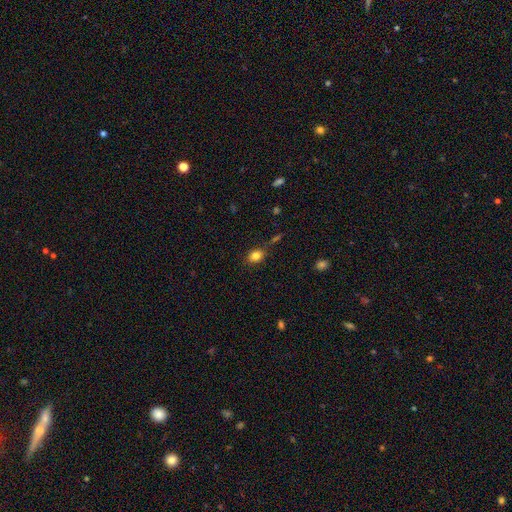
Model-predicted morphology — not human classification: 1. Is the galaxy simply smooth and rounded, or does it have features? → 82% smooth, 11% star or artifact, 7% featured or disk.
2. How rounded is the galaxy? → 61% in between, 37% round, 1% cigar-shaped.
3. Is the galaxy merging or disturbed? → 74% none, 16% minor disturbance, 5% merger, 5% major disturbance.